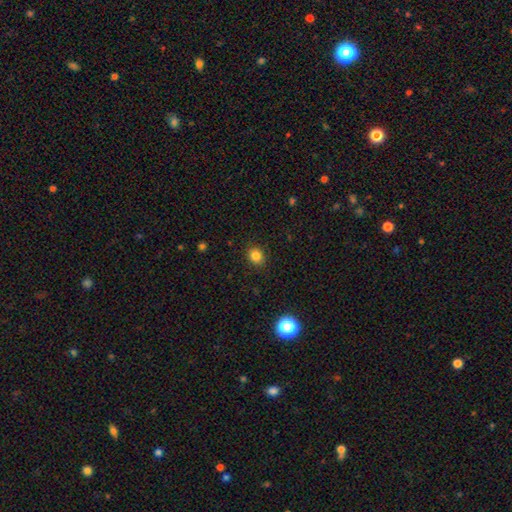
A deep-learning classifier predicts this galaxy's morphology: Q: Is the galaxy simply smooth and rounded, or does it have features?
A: smooth — 84%.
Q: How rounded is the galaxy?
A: round — 70%.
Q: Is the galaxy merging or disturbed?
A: none — 89%.